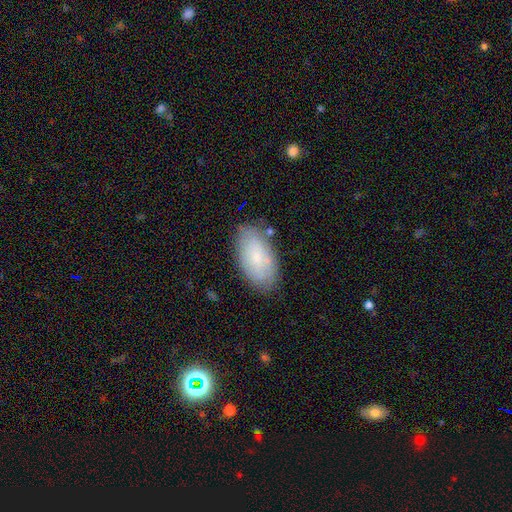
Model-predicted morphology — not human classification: This appears to be a smooth galaxy with no disk features (57%) that is in between round and cigar-shaped (92%). Merging: none (81%).